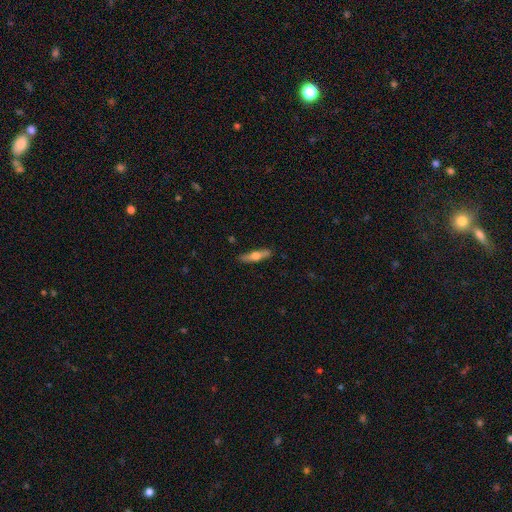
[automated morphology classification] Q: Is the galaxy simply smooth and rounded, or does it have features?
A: smooth — 50%.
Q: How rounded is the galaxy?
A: cigar-shaped — 79%.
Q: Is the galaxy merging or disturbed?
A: none — 86%.